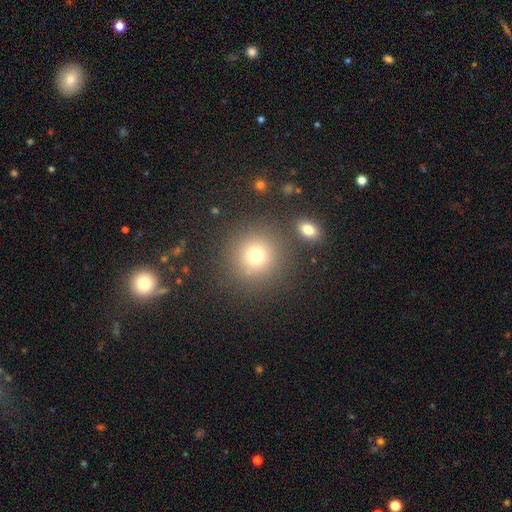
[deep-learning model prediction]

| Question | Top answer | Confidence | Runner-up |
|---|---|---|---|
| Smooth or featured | smooth | 75% | star or artifact (16%) |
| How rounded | round | 92% | in between (7%) |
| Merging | none | 82% | minor disturbance (8%) |